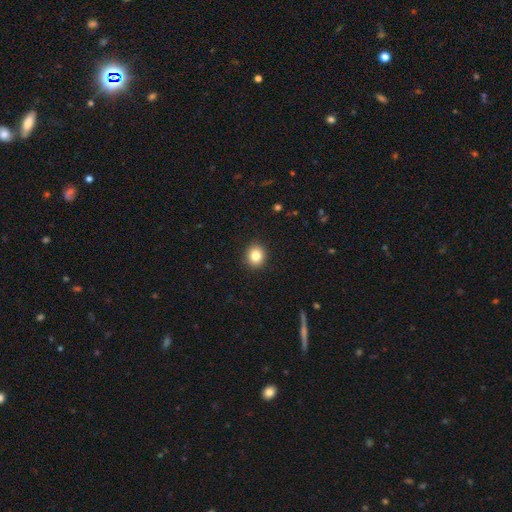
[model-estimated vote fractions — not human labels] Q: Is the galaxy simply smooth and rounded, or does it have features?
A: smooth — 83%.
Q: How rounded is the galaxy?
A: round — 80%.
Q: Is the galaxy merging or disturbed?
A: none — 92%.